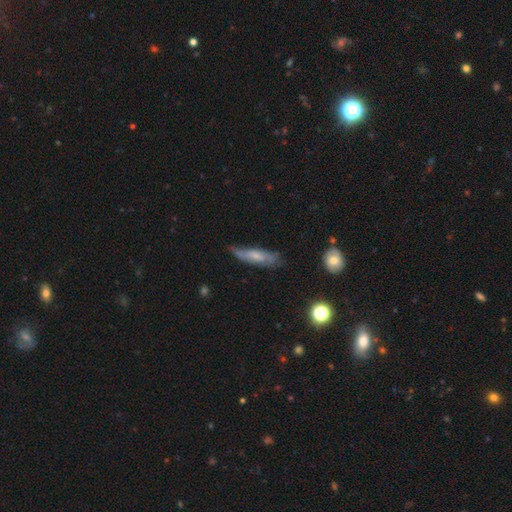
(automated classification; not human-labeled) Smooth or featured: smooth — 51% (featured or disk — 41%)
How rounded: cigar-shaped — 64% (in between — 33%)
Merging: none — 56% (minor disturbance — 31%)